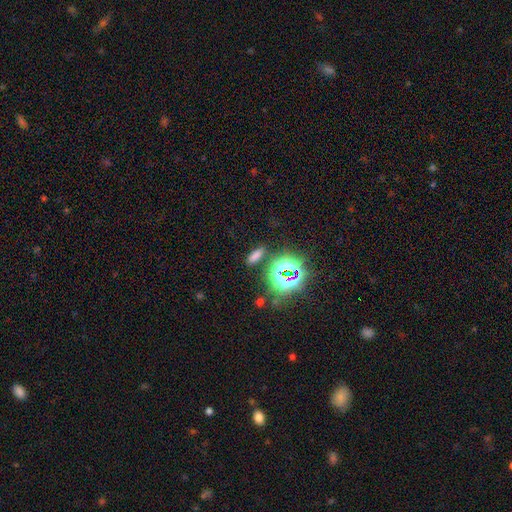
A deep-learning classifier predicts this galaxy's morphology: A smooth galaxy with no disk features (62%) that is in between round and cigar-shaped (58%). Merging: none (81%).